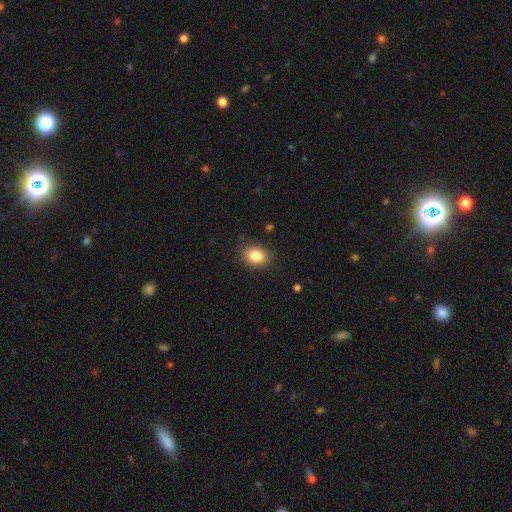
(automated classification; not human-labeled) A smooth galaxy with no disk features (84%) that is in between round and cigar-shaped (69%). Merging: none (85%).